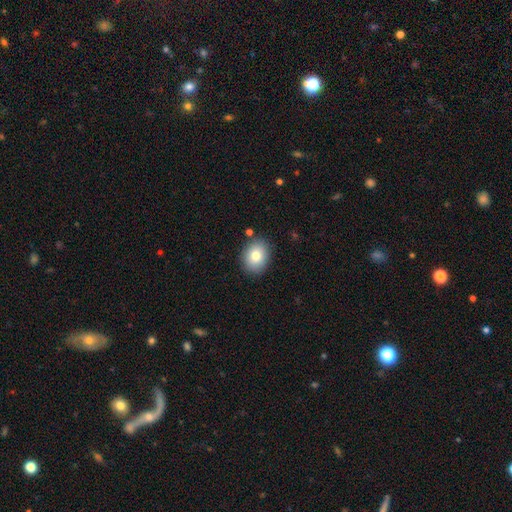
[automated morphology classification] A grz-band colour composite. It shows a smooth galaxy with no disk features (80%) that is in between round and cigar-shaped (53%). Merging: none (86%).